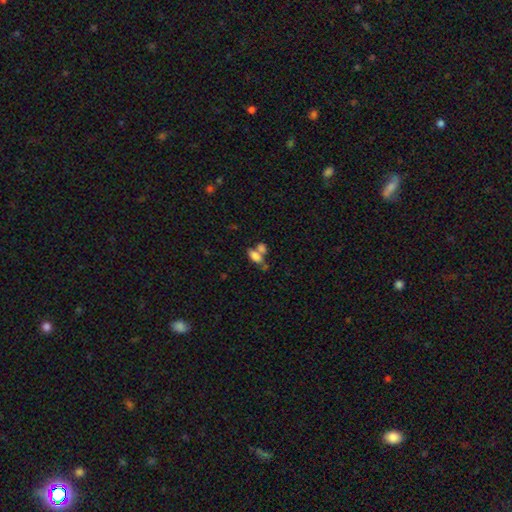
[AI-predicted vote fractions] Overall: smooth (74%). How rounded: in between (85%). Merging: merger (46%; none 36%).